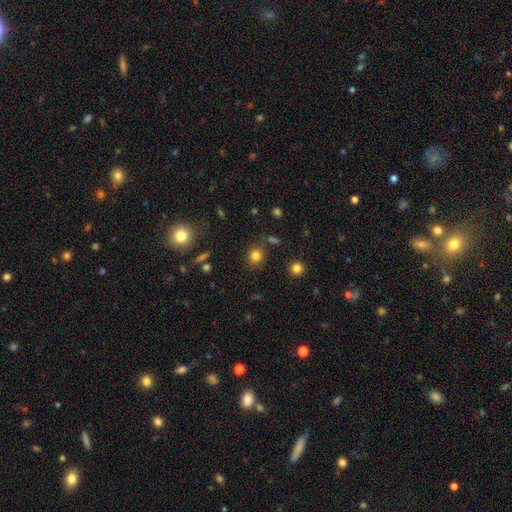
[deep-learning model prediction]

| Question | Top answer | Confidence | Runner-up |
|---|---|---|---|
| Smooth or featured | smooth | 80% | star or artifact (13%) |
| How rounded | round | 77% | in between (22%) |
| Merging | none | 82% | minor disturbance (11%) |